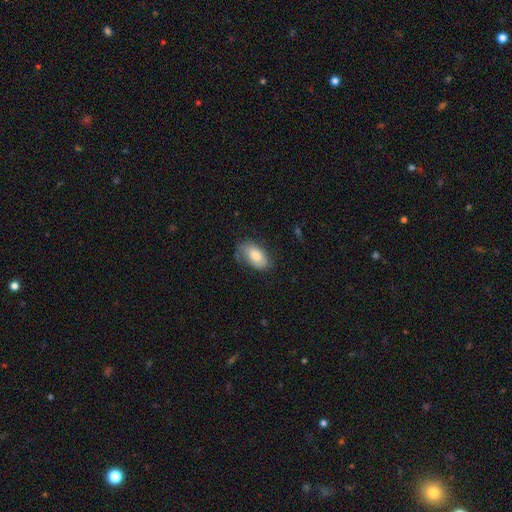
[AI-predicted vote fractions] A smooth galaxy with no disk features (71%) that is in between round and cigar-shaped (93%).

Vote fractions:
- Smooth or featured? smooth: 71% / featured or disk: 23% / star or artifact: 7%
- How rounded? in between: 93% / round: 5% / cigar-shaped: 2%
- Merging? none: 58% / minor disturbance: 28% / major disturbance: 12% / merger: 2%